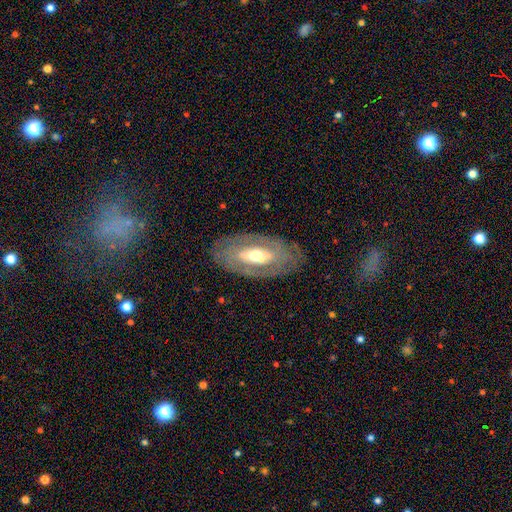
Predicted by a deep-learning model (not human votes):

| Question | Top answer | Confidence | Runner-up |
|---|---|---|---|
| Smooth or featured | featured or disk | 68% | smooth (26%) |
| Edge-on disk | no | 87% | yes (13%) |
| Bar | no | 47% | weak (28%) |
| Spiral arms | no | 57% | yes (43%) |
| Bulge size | moderate | 64% | small (19%) |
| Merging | none | 79% | minor disturbance (13%) |